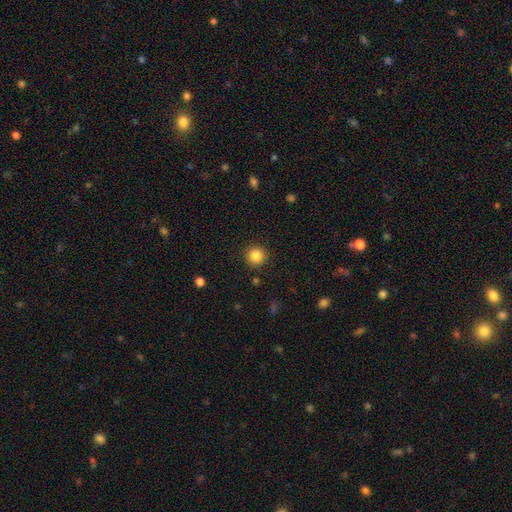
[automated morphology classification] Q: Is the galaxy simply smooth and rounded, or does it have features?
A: smooth — 85%.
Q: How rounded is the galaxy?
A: round — 94%.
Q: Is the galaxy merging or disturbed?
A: none — 91%.